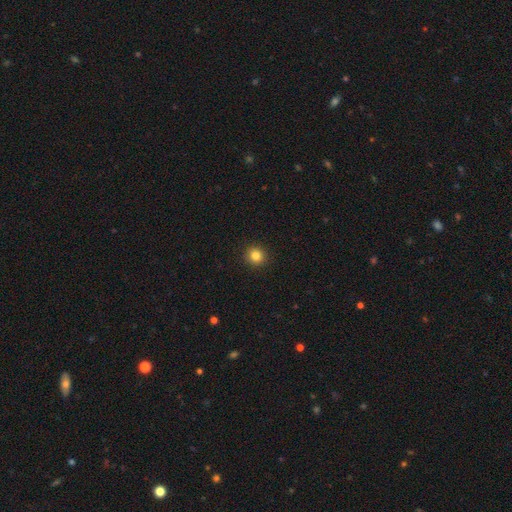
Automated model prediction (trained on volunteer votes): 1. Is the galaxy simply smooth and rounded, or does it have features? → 84% smooth, 11% star or artifact, 5% featured or disk.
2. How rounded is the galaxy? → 90% round, 9% in between, 1% cigar-shaped.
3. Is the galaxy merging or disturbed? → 92% none, 5% minor disturbance, 2% major disturbance, 1% merger.